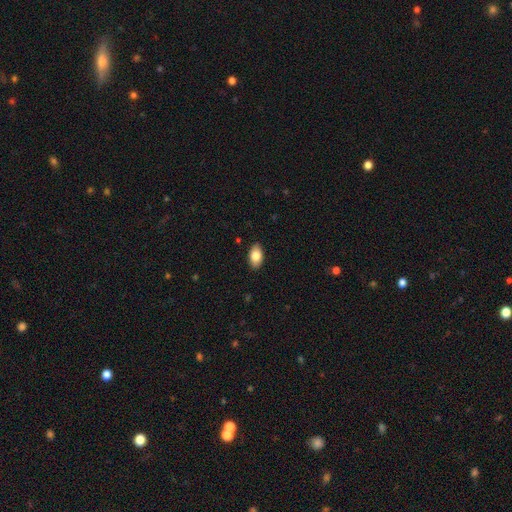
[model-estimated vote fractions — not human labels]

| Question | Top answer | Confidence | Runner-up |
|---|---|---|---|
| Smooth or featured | smooth | 83% | featured or disk (10%) |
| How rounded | in between | 93% | round (5%) |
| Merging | none | 89% | minor disturbance (8%) |